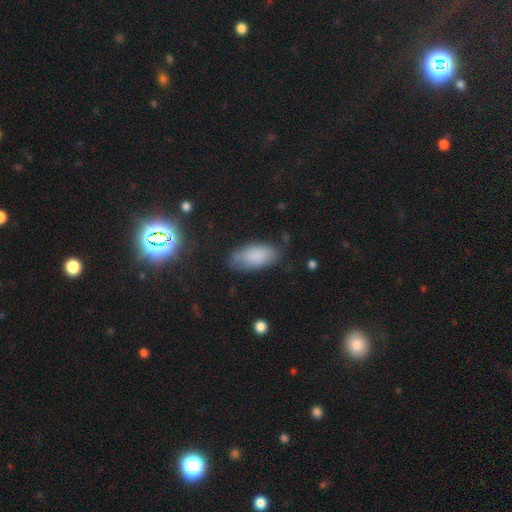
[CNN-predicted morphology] Q: Smooth or featured?
A: smooth (81%); runner-up: featured or disk (10%)
Q: How rounded?
A: in between (91%); runner-up: cigar-shaped (7%)
Q: Merging?
A: none (73%); runner-up: minor disturbance (20%)